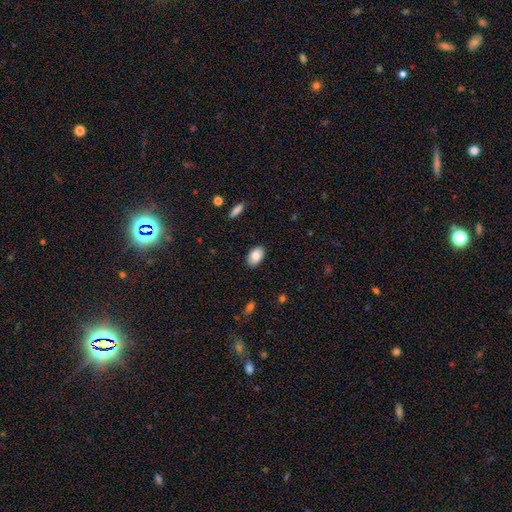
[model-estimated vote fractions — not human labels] A smooth galaxy with no disk features (85%) that is in between round and cigar-shaped (92%). Merging: none (86%).